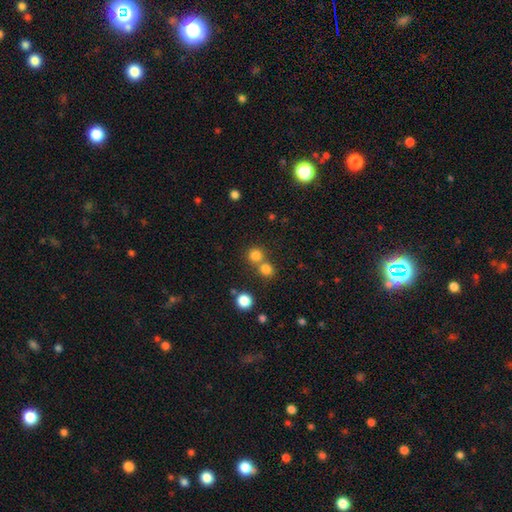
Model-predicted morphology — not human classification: A smooth galaxy with no disk features (79%) that is round (90%).

Vote fractions:
- Smooth or featured? smooth: 79% / star or artifact: 15% / featured or disk: 6%
- How rounded? round: 90% / in between: 9% / cigar-shaped: 1%
- Merging? none: 58% / merger: 34% / minor disturbance: 5% / major disturbance: 3%